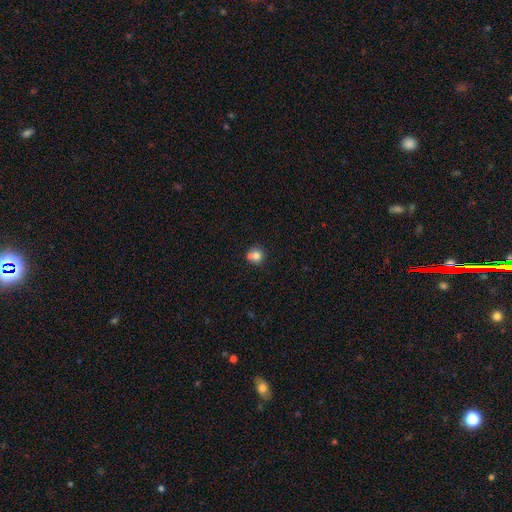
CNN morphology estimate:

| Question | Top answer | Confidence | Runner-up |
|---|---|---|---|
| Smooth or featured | smooth | 76% | featured or disk (13%) |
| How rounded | round | 90% | in between (9%) |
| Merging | none | 52% | merger (36%) |